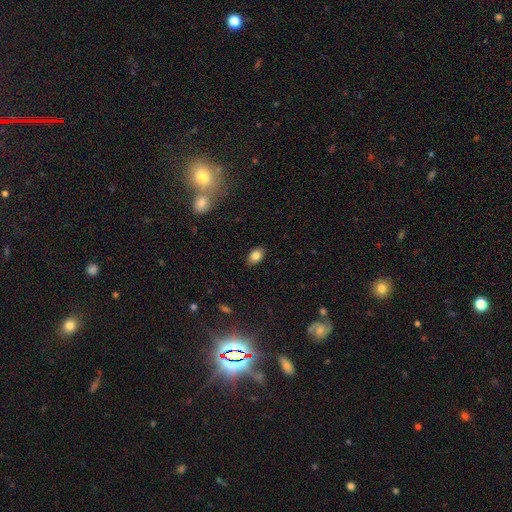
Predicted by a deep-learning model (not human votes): Overall: smooth (84%). How rounded: in between (86%). Merging: none (87%).